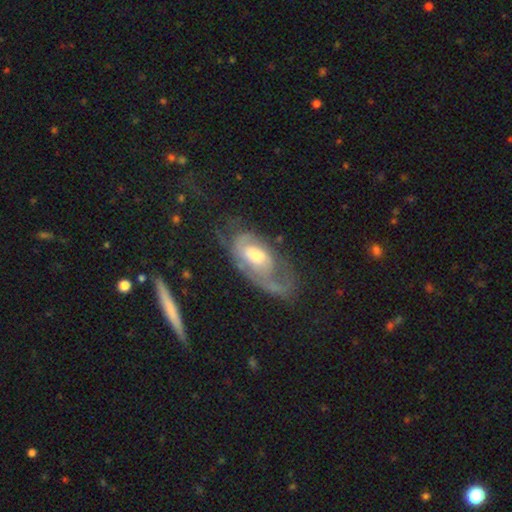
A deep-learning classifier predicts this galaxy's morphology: Smooth or featured? featured or disk (73%)
Edge-on disk? no (94%)
Bar? no (56%)
Spiral arms? yes (82%)
Spiral winding? medium (39%)
Spiral arm count? 2 (39%)
Bulge size? moderate (53%)
Merging? none (40%)